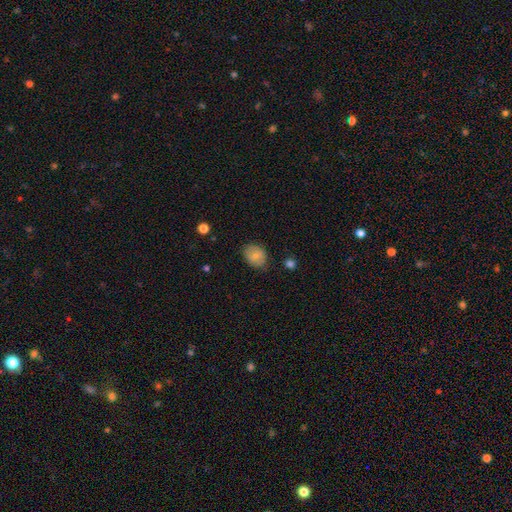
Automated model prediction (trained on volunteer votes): This is likely a smooth galaxy (77%). How rounded: possibly in between (55%). Merging: likely none (76%).